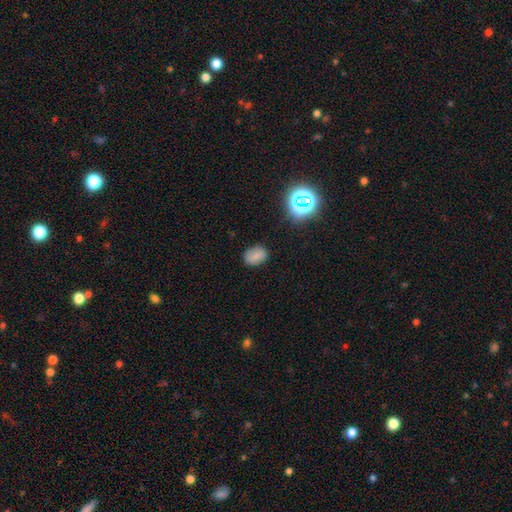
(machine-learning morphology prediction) The model was most divided on "how rounded": in between: 75%, round: 23%, cigar-shaped: 1%. More confident: merging — none (82%); smooth or featured — smooth (77%).